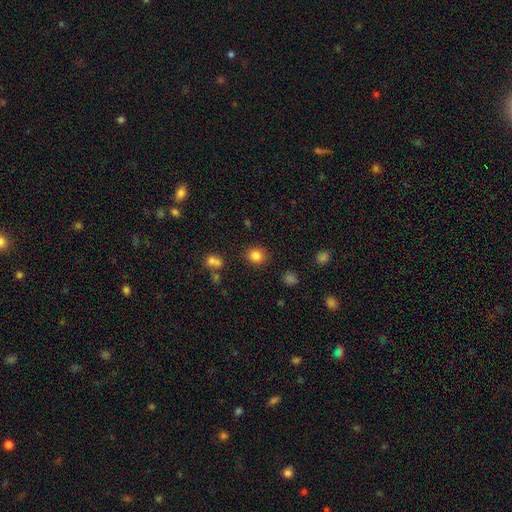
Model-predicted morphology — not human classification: This appears to be a smooth galaxy with no disk features (83%) that is round (81%). Merging: none (85%).